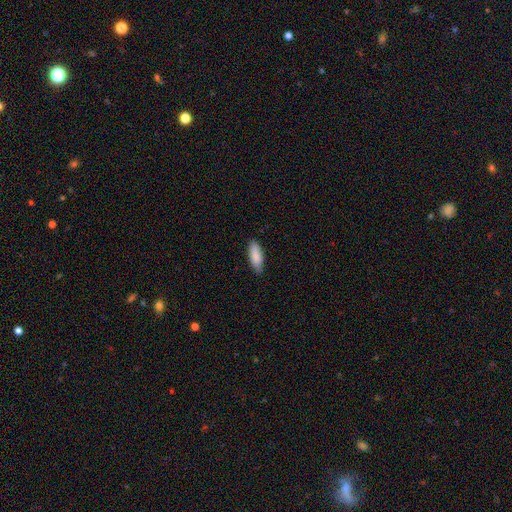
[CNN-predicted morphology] Overall: smooth (88%). How rounded: in between (68%; cigar-shaped 30%). Merging: none (83%).